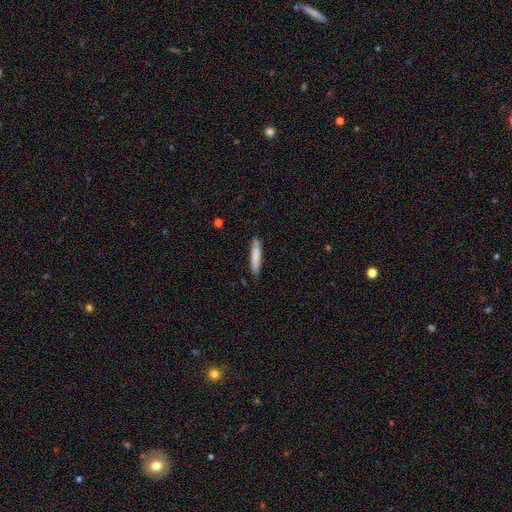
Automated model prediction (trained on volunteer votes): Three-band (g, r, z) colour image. It shows a smooth galaxy with no disk features (81%) that is cigar-shaped (89%). Merging: none (85%).